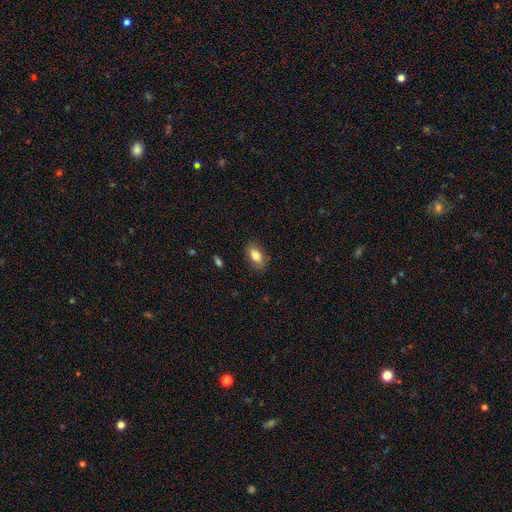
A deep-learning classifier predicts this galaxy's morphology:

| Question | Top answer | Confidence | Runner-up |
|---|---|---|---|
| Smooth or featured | smooth | 79% | featured or disk (14%) |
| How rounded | in between | 87% | cigar-shaped (8%) |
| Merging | none | 83% | minor disturbance (13%) |